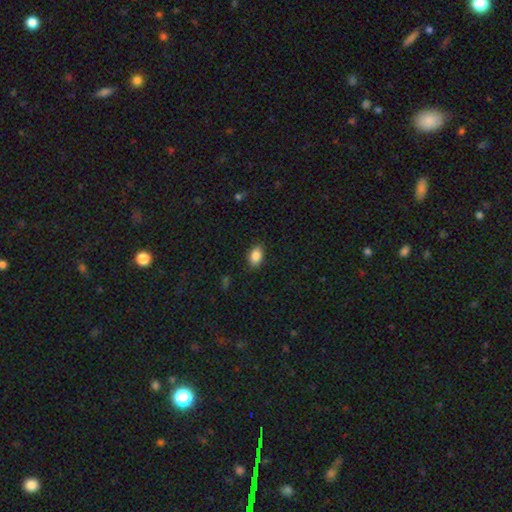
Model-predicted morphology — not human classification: smooth_or_featured: smooth (p=0.87) [alt: star or artifact p=0.08]
how_rounded: in between (p=0.86) [alt: round p=0.12]
merging: none (p=0.87) [alt: minor disturbance p=0.10]